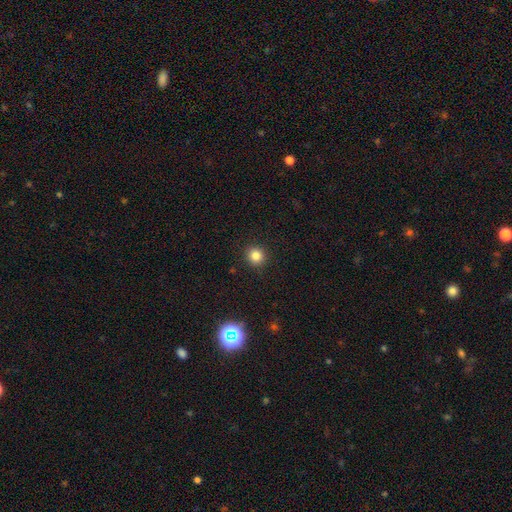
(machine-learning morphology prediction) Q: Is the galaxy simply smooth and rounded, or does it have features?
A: smooth — 83%.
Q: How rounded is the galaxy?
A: round — 91%.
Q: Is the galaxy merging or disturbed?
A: none — 92%.